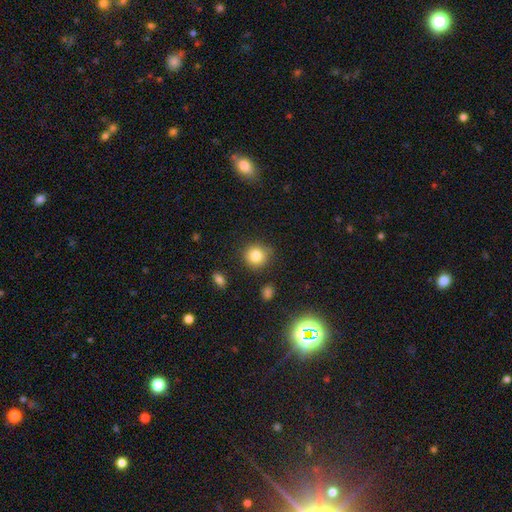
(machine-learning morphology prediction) smooth 83%, star or artifact 11%, featured or disk 6%. Down the decision tree: how rounded — round (89%); merging — none (82%).